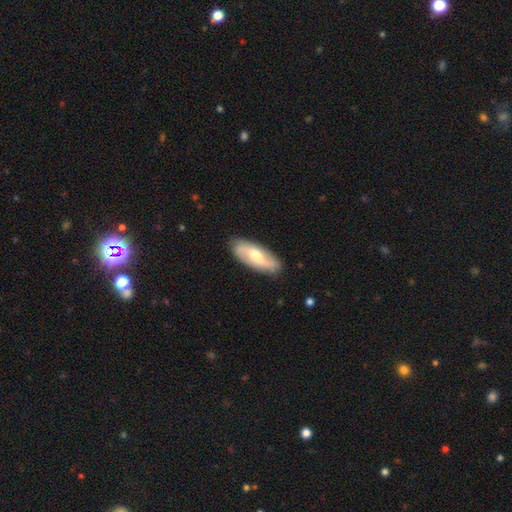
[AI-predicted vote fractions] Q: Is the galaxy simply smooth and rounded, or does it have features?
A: featured or disk — 58%.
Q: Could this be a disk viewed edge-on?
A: no — 87%.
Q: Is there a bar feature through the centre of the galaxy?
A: weak — 51%.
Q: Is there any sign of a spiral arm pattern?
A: yes — 84%.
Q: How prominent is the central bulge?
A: moderate — 61%.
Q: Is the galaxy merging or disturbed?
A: none — 83%.